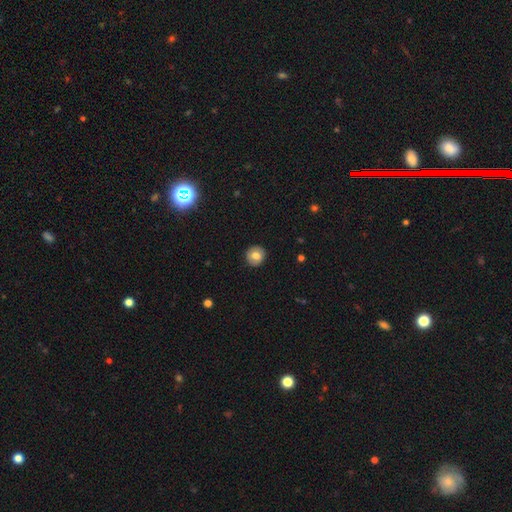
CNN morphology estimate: This is likely a smooth galaxy (75%). How rounded: clearly round (91%). Merging: clearly none (90%).